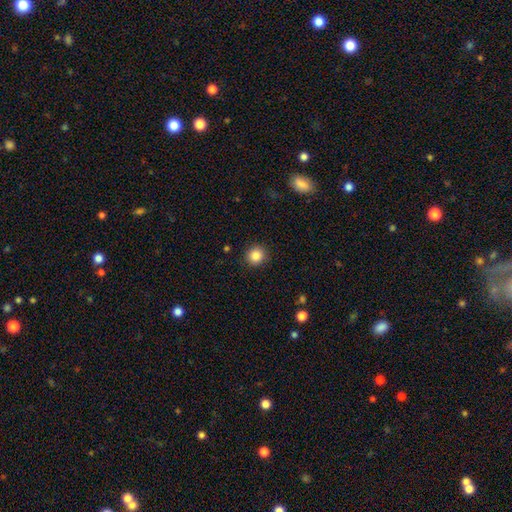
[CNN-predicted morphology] This is clearly a smooth galaxy (85%). How rounded: clearly round (92%). Merging: clearly none (91%).